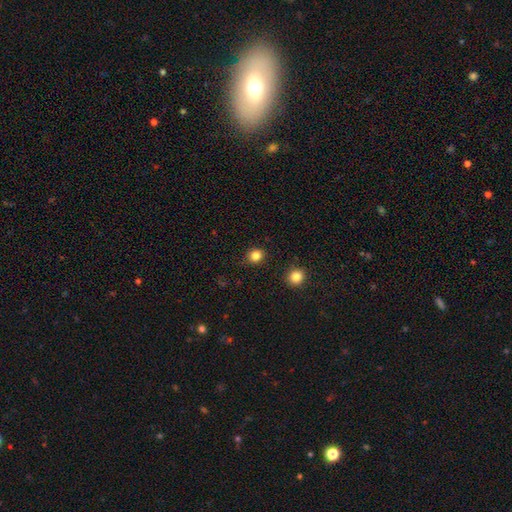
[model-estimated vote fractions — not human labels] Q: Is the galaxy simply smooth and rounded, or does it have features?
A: smooth — 83%.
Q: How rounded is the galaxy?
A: round — 79%.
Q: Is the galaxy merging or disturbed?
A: none — 88%.